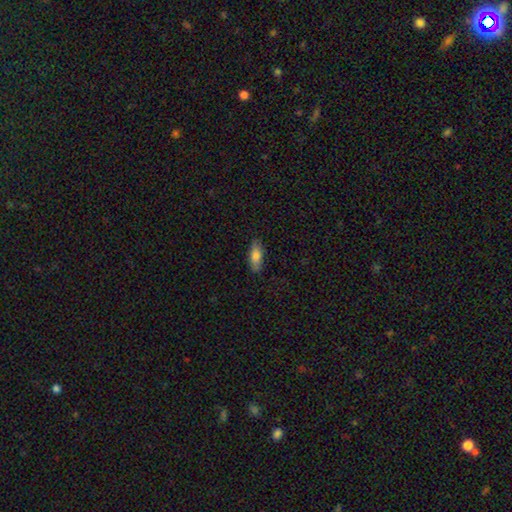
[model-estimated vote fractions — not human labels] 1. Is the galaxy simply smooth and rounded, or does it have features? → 79% smooth, 14% featured or disk, 7% star or artifact.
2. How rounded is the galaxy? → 74% in between, 24% cigar-shaped, 2% round.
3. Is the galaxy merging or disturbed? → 84% none, 12% minor disturbance, 3% major disturbance, 1% merger.